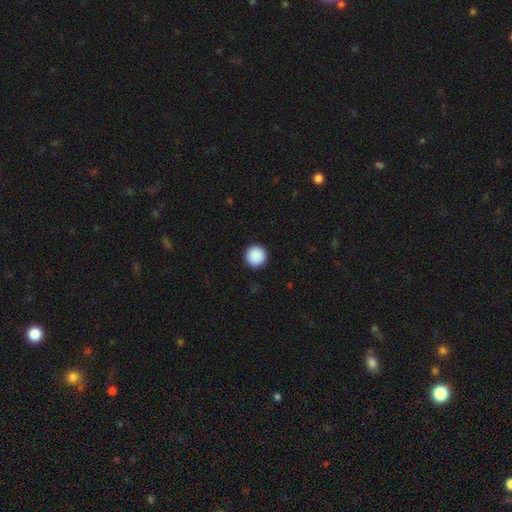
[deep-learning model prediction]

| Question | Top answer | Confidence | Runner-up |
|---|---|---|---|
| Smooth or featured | smooth | 90% | star or artifact (8%) |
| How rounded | round | 96% | in between (3%) |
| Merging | none | 94% | minor disturbance (4%) |